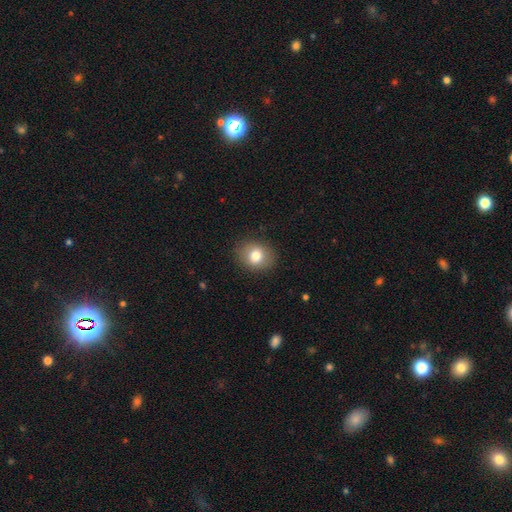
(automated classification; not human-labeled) smooth 78%, featured or disk 12%, star or artifact 9%. Down the decision tree: how rounded — round (61%); merging — none (88%).